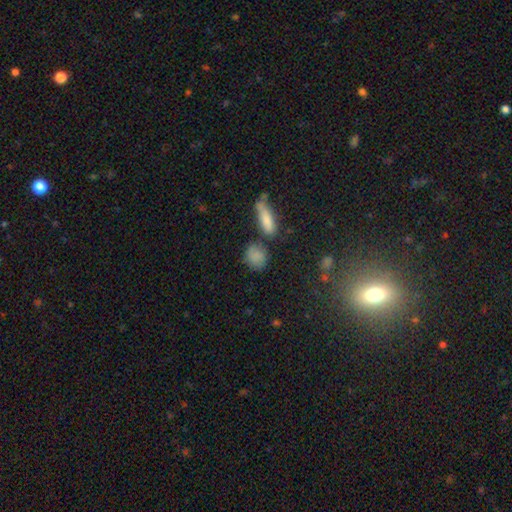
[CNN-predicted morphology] smooth 81%, star or artifact 10%, featured or disk 9%. Down the decision tree: how rounded — round (58%); merging — none (64%).